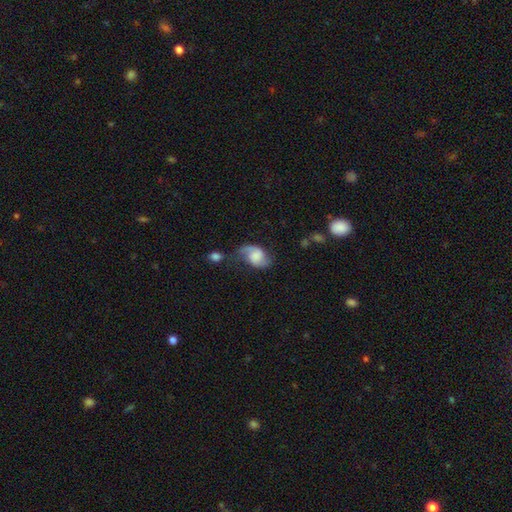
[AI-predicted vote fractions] Morphology: type=featured or disk (64%); edge-on=no (97%); bar=no (56%); spiral arms=yes (91%); winding=loose (52%); arm count=2 (87%); bulge=none (35%); merging=none (48%).